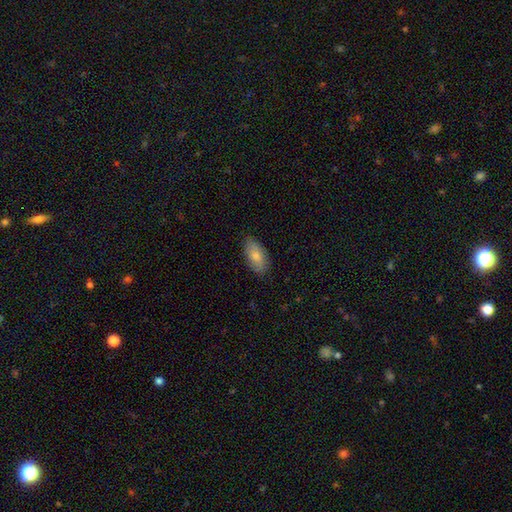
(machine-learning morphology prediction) smooth_or_featured: smooth (p=0.73) [alt: featured or disk p=0.20]
how_rounded: in between (p=0.91) [alt: cigar-shaped p=0.05]
merging: none (p=0.84) [alt: minor disturbance p=0.13]